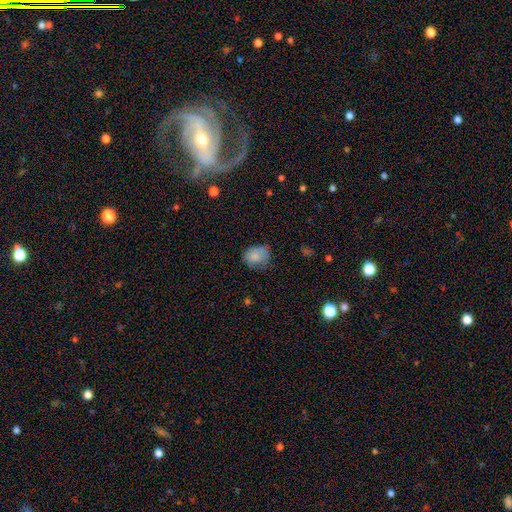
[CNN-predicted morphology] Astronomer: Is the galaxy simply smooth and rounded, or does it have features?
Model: smooth — 79%.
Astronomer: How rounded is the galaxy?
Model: in between — 57% (runner-up: round, 42%).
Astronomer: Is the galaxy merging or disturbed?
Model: none — 52% (runner-up: minor disturbance, 33%).